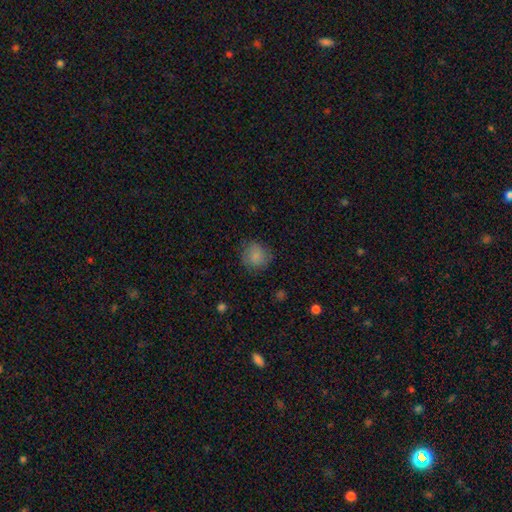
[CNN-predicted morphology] Smooth or featured: smooth — 80% (featured or disk — 11%)
How rounded: round — 87% (in between — 13%)
Merging: none — 77% (minor disturbance — 16%)